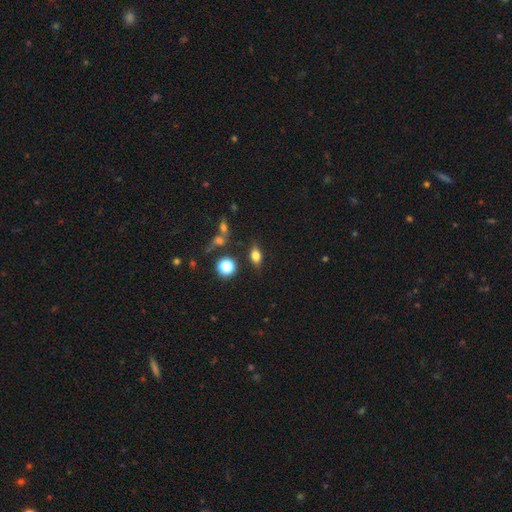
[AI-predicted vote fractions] A smooth galaxy with no disk features (73%) that is in between round and cigar-shaped (74%). Merging: none (79%).